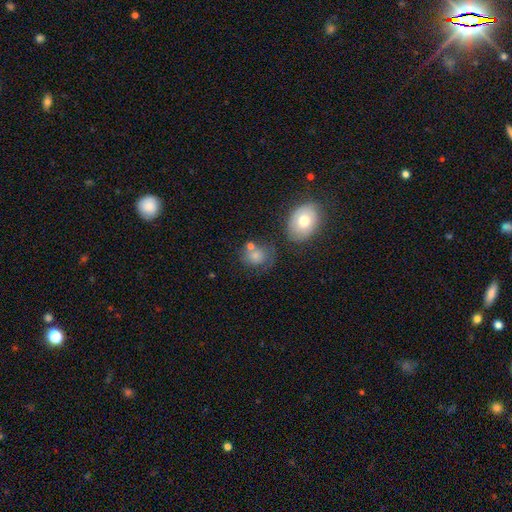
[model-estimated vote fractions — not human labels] Smooth or featured?
  - smooth: 72% *
  - featured or disk: 16%
  - star or artifact: 11%
How rounded?
  - round: 73% *
  - in between: 25%
  - cigar-shaped: 1%
Merging?
  - none: 51% *
  - minor disturbance: 19%
  - merger: 18%
  - major disturbance: 12%